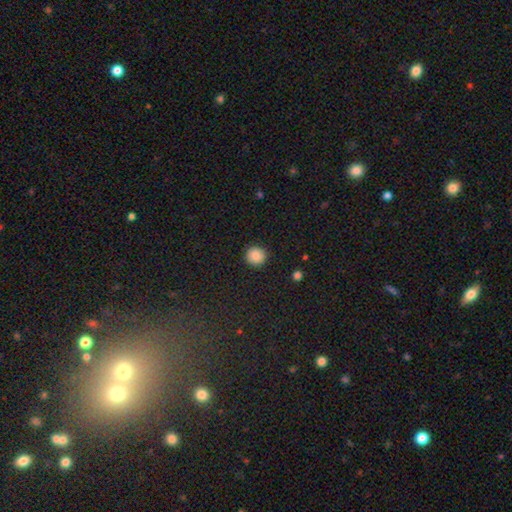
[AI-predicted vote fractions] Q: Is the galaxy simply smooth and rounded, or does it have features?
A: smooth — 87%.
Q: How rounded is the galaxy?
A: round — 93%.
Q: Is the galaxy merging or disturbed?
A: none — 91%.